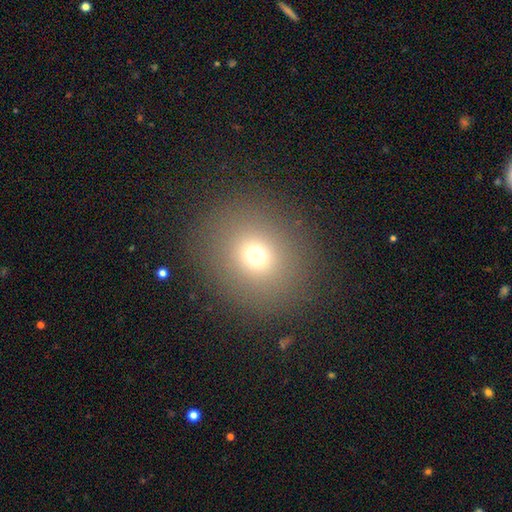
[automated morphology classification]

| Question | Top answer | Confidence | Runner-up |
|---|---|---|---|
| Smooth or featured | smooth | 70% | star or artifact (20%) |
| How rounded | round | 81% | in between (18%) |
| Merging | none | 87% | minor disturbance (7%) |